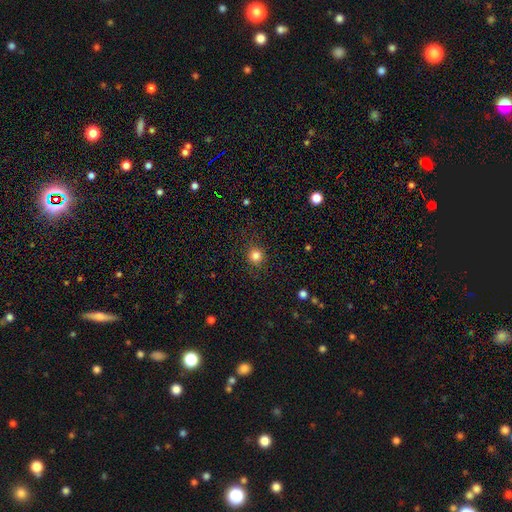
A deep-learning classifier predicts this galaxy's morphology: This is clearly a smooth galaxy (83%). How rounded: clearly round (91%). Merging: clearly none (87%).